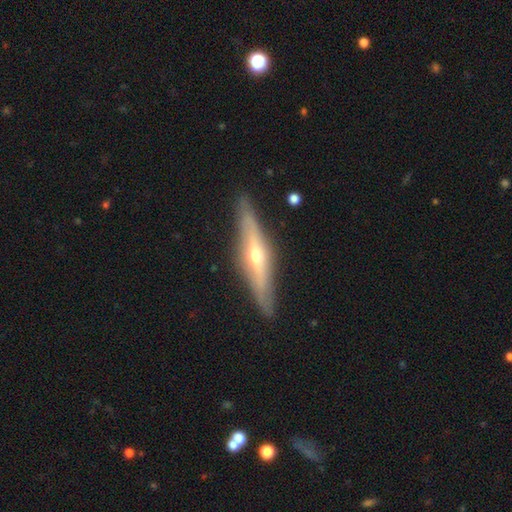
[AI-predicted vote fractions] smooth_or_featured: featured or disk (p=0.74) [alt: smooth p=0.20]
disk_edge_on: yes (p=0.92) [alt: no p=0.08]
edge_on_bulge: rounded (p=0.86) [alt: none p=0.09]
merging: none (p=0.87) [alt: minor disturbance p=0.10]